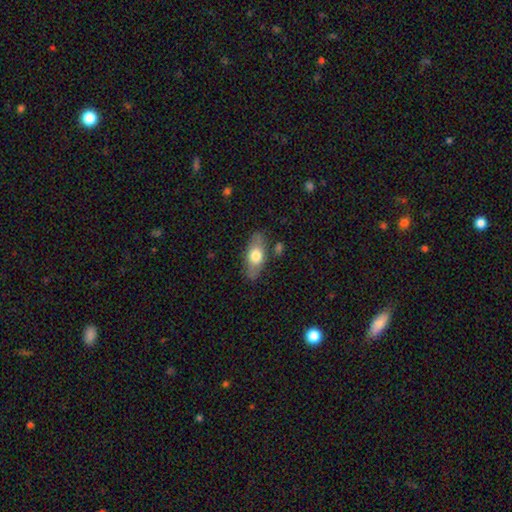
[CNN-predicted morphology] smooth-or-featured: smooth: 65% | featured or disk: 29% | star or artifact: 6%
  how-rounded: in between: 81% | cigar-shaped: 15% | round: 5%
  merging: none: 80% | minor disturbance: 13% | major disturbance: 3% | merger: 3%